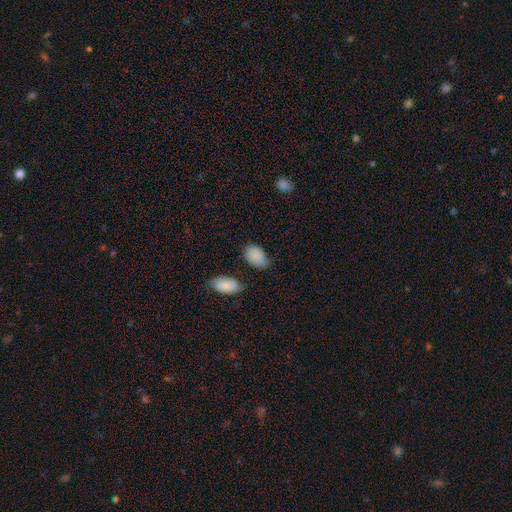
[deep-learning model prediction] This appears to be a smooth galaxy with no disk features (83%) that is in between round and cigar-shaped (86%). Merging: none (54%).